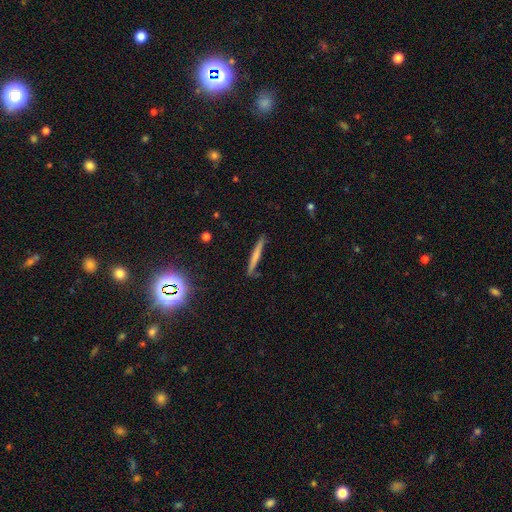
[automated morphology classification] Smooth or featured?
  - smooth: 58% *
  - featured or disk: 33%
  - star or artifact: 9%
How rounded?
  - cigar-shaped: 95% *
  - in between: 3%
  - round: 2%
Merging?
  - none: 83% *
  - minor disturbance: 12%
  - major disturbance: 2%
  - merger: 2%